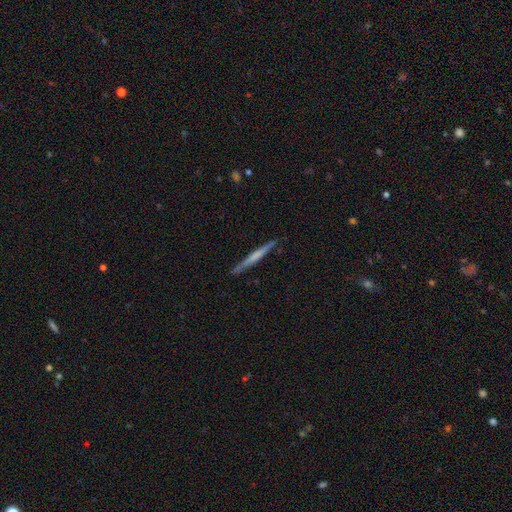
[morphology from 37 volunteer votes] Q: Smooth or featured?
A: featured or disk (57%); runner-up: smooth (43%)
Q: Edge-on disk?
A: yes (95%); runner-up: no (5%)
Q: Edge-on bulge?
A: rounded (50%); runner-up: none (35%)
Q: Merging?
A: none (92%); runner-up: minor disturbance (3%)